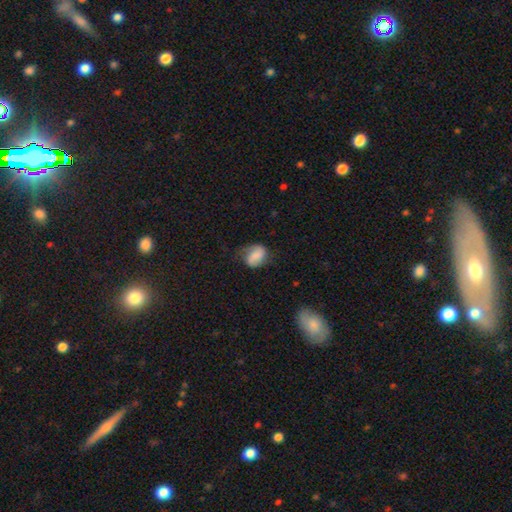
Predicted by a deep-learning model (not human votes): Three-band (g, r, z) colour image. It shows a smooth galaxy with no disk features (55%) that is in between round and cigar-shaped (65%). Merging: none (52%).